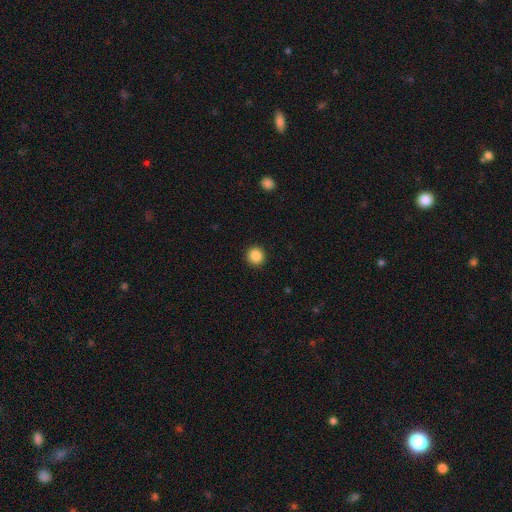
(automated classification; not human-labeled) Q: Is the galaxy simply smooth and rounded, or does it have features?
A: smooth — 87%.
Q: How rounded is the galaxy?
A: round — 95%.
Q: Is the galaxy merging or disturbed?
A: none — 93%.